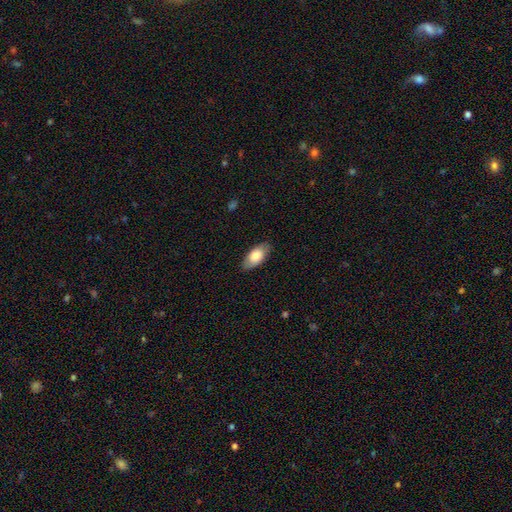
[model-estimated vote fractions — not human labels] smooth-or-featured: smooth: 77% | featured or disk: 17% | star or artifact: 6%
  how-rounded: in between: 92% | cigar-shaped: 5% | round: 3%
  merging: none: 83% | minor disturbance: 13% | major disturbance: 3% | merger: 1%